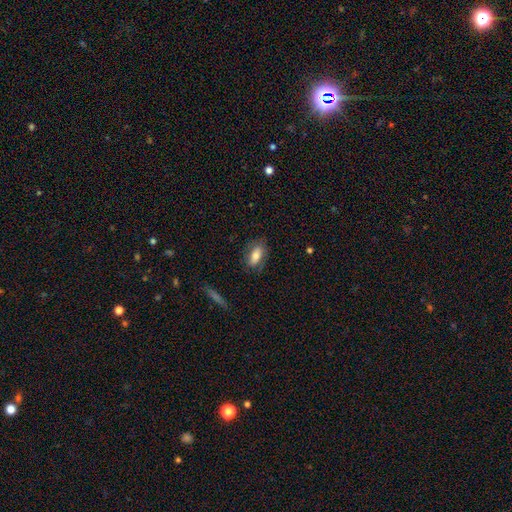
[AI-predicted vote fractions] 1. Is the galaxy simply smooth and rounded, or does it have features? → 66% smooth, 27% featured or disk, 7% star or artifact.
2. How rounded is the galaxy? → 87% in between, 8% cigar-shaped, 5% round.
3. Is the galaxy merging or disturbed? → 73% none, 18% minor disturbance, 7% major disturbance, 1% merger.